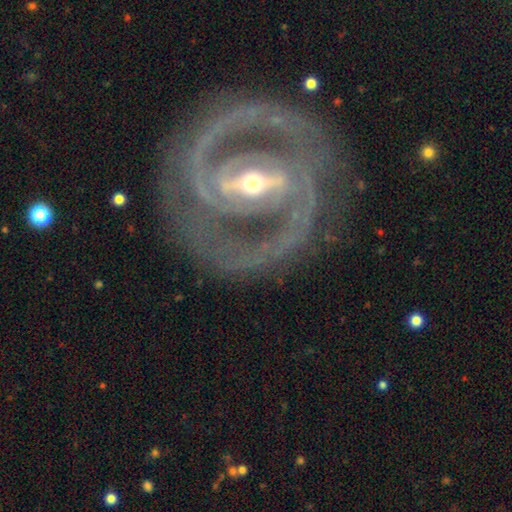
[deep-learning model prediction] Smooth or featured: featured or disk — 92% (star or artifact — 5%)
Edge-on disk: no — 97% (yes — 3%)
Bar: strong — 68% (weak — 24%)
Spiral arms: yes — 98% (no — 2%)
Spiral winding: tight — 54% (medium — 40%)
Spiral arm count: 2 — 83% (3 — 7%)
Bulge size: small — 48% (moderate — 47%)
Merging: none — 80% (minor disturbance — 13%)